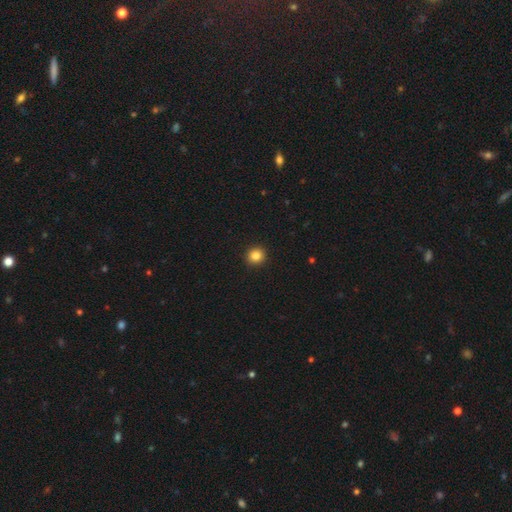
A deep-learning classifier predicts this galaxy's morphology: smooth-or-featured: smooth: 85% | star or artifact: 11% | featured or disk: 4%
  how-rounded: round: 93% | in between: 6% | cigar-shaped: 1%
  merging: none: 93% | minor disturbance: 4% | major disturbance: 1% | merger: 1%